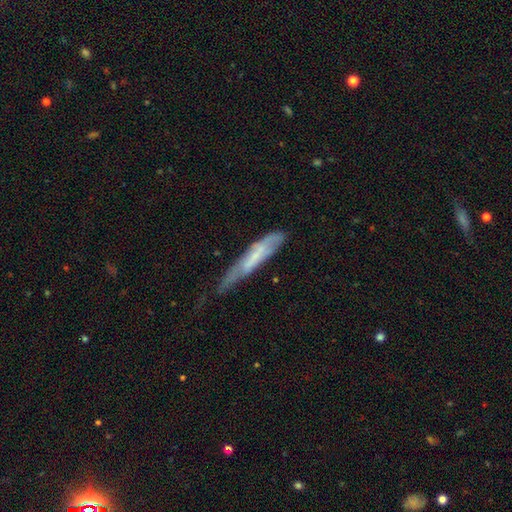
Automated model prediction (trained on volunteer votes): Smooth or featured?
  - featured or disk: 48% *
  - smooth: 45%
  - star or artifact: 7%
Merging?
  - minor disturbance: 39% *
  - none: 34%
  - major disturbance: 23%
  - merger: 3%